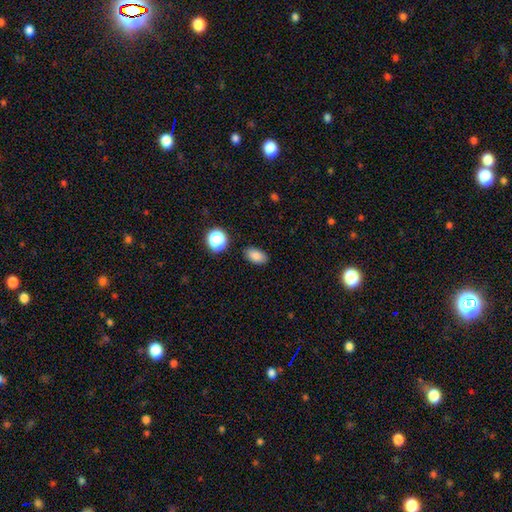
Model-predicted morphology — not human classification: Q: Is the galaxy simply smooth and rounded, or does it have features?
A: smooth — 84%.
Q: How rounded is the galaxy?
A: in between — 88%.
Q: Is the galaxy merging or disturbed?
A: none — 86%.